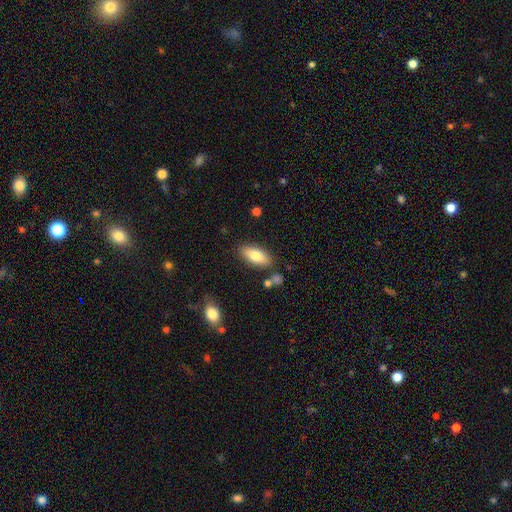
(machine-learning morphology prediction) Smooth or featured? smooth (79%)
How rounded? in between (83%)
Merging? none (82%)